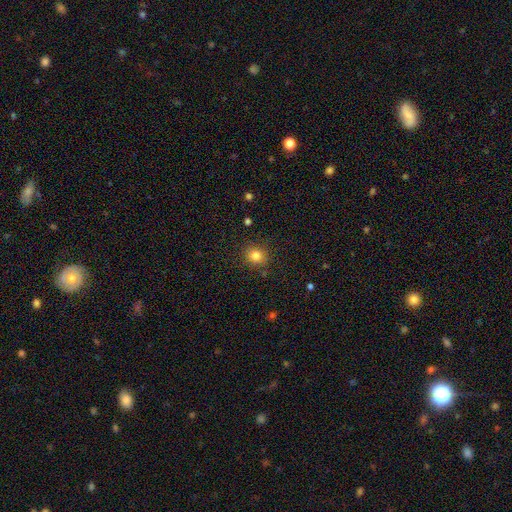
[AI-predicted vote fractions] smooth-or-featured: smooth: 82% | star or artifact: 12% | featured or disk: 6%
  how-rounded: round: 83% | in between: 16% | cigar-shaped: 1%
  merging: none: 87% | minor disturbance: 9% | major disturbance: 3% | merger: 2%